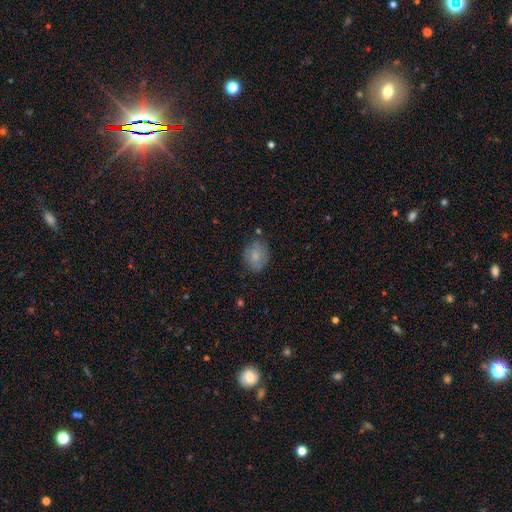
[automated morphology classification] This appears to be a smooth galaxy with no disk features (75%) that is in between round and cigar-shaped (58%). Merging: none (71%).